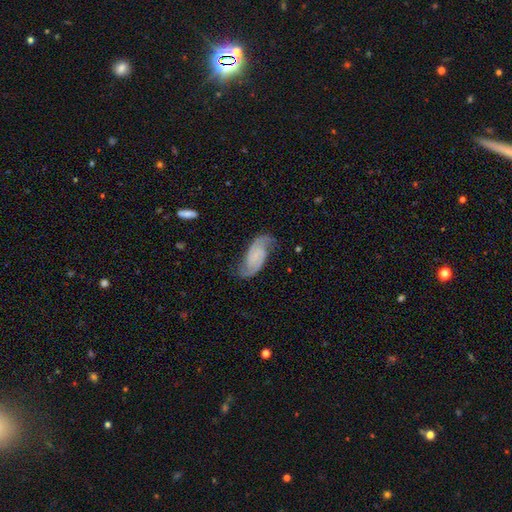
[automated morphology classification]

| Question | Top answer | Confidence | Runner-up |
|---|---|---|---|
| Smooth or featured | featured or disk | 85% | smooth (9%) |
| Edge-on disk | no | 97% | yes (3%) |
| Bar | no | 53% | weak (35%) |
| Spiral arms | yes | 97% | no (3%) |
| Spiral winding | medium | 49% | tight (28%) |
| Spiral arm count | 2 | 92% | can't tell (3%) |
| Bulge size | none | 47% | small (40%) |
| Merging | none | 75% | minor disturbance (17%) |